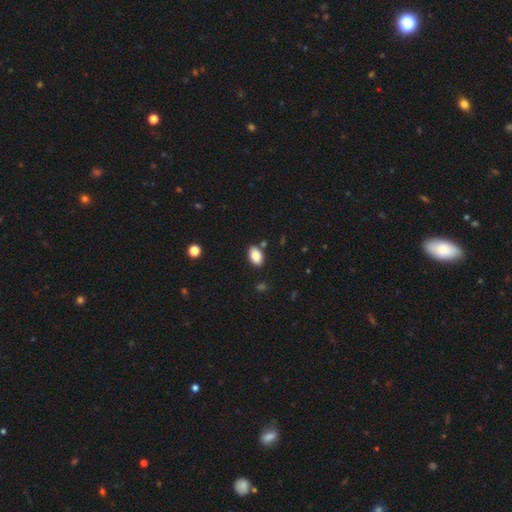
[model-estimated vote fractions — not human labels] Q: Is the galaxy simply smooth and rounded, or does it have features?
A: smooth — 87%.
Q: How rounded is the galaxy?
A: in between — 91%.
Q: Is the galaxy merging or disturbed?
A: none — 83%.